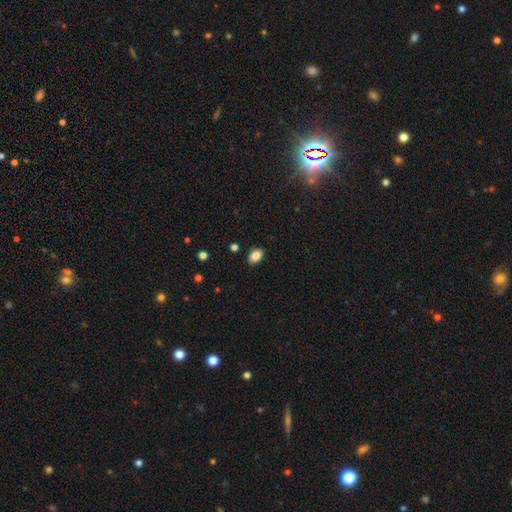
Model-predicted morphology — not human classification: Smooth or featured?
  - smooth: 84% *
  - star or artifact: 9%
  - featured or disk: 7%
How rounded?
  - in between: 85% *
  - round: 13%
  - cigar-shaped: 1%
Merging?
  - none: 87% *
  - minor disturbance: 9%
  - major disturbance: 2%
  - merger: 1%